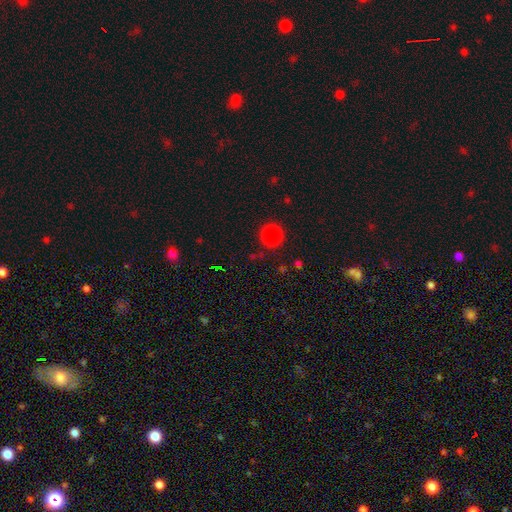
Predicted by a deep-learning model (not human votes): smooth 81%, star or artifact 15%, featured or disk 4%. Down the decision tree: how rounded — round (94%); merging — none (90%).